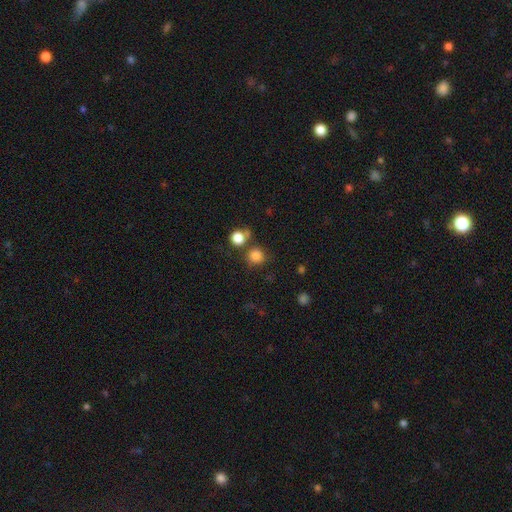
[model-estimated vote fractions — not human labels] Smooth or featured?
  - smooth: 83% *
  - star or artifact: 12%
  - featured or disk: 4%
How rounded?
  - round: 91% *
  - in between: 8%
  - cigar-shaped: 1%
Merging?
  - none: 71% *
  - merger: 16%
  - minor disturbance: 9%
  - major disturbance: 4%